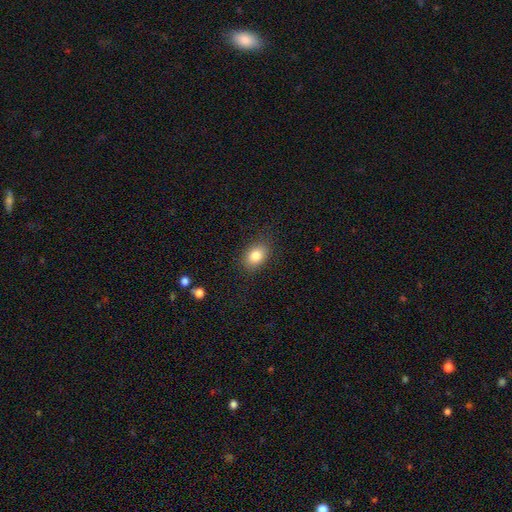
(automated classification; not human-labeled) This appears to be a smooth galaxy with no disk features (83%) that is in between round and cigar-shaped (73%). Merging: none (86%).